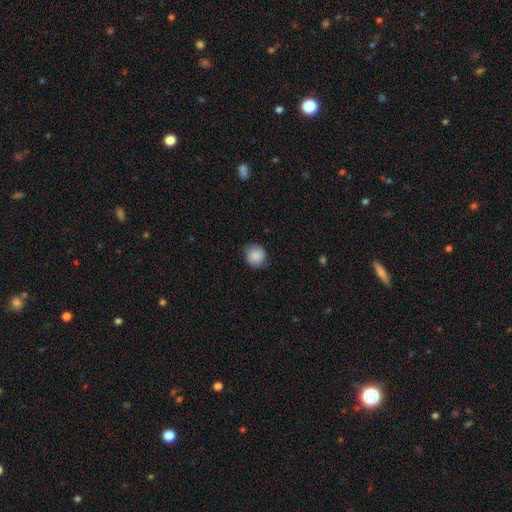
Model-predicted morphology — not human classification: A smooth galaxy with no disk features (86%) that is round (87%). Merging: none (81%).